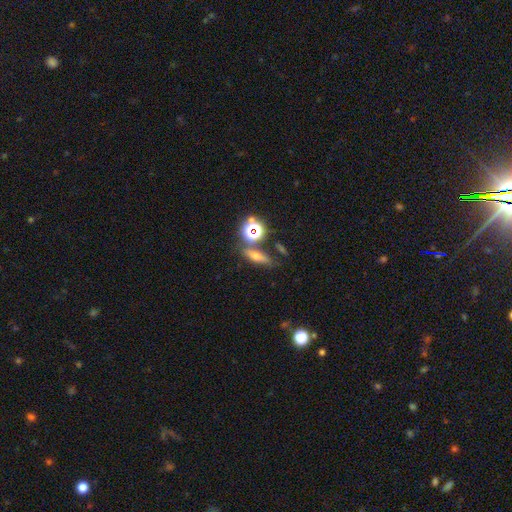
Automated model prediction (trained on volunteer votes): smooth-or-featured: smooth: 49% | featured or disk: 27% | star or artifact: 24%
  merging: none: 70% | minor disturbance: 13% | merger: 12% | major disturbance: 5%